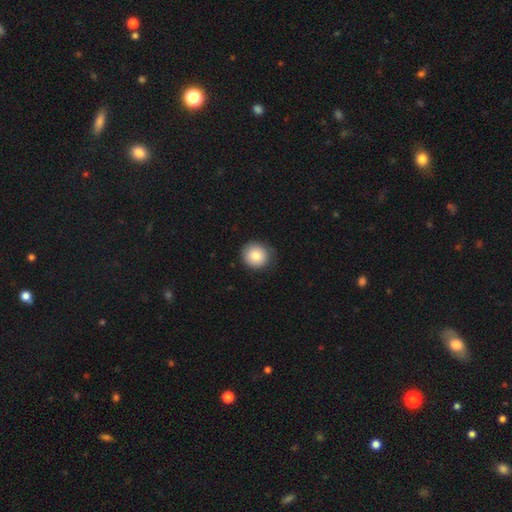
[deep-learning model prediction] This appears to be a smooth galaxy with no disk features (81%) that is round (91%). Merging: none (80%).